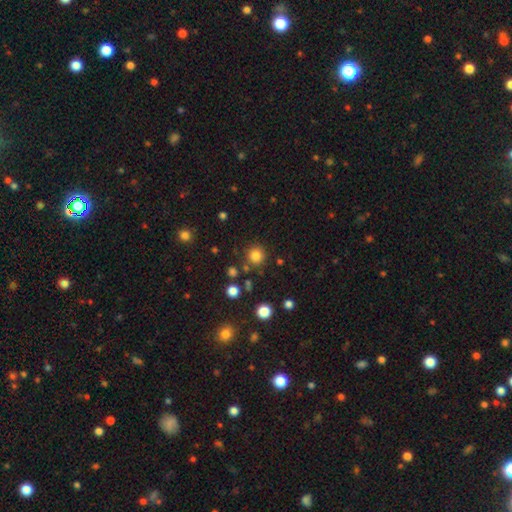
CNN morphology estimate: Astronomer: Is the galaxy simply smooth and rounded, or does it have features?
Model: smooth — 82%.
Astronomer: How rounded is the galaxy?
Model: round — 94%.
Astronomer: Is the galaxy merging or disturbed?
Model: none — 86%.